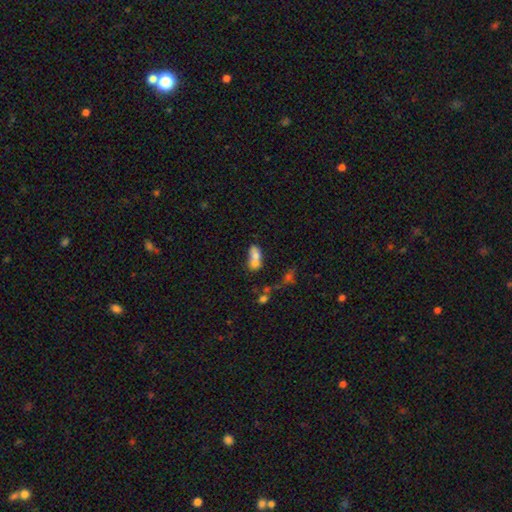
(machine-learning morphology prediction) smooth 66%, featured or disk 23%, star or artifact 11%. Down the decision tree: how rounded — in between (70%); merging — merger (71%).